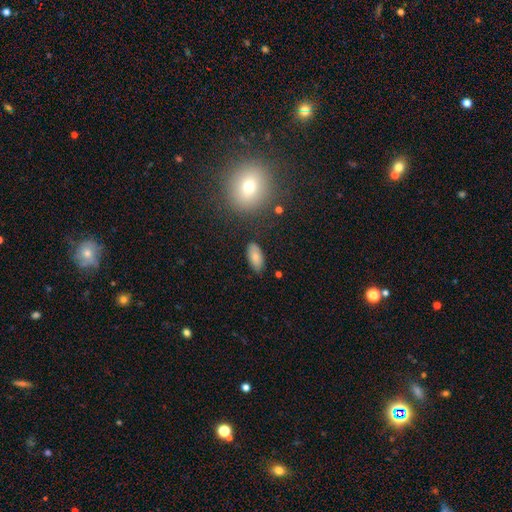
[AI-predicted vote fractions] smooth 81%, featured or disk 10%, star or artifact 8%. Down the decision tree: how rounded — in between (91%); merging — none (81%).